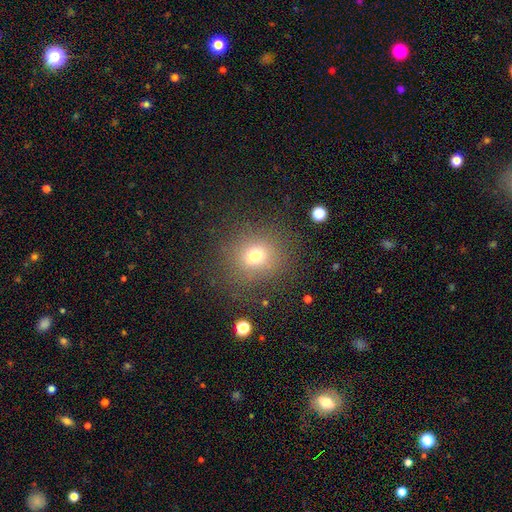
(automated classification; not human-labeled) Smooth or featured? smooth (70%)
How rounded? round (79%)
Merging? none (79%)